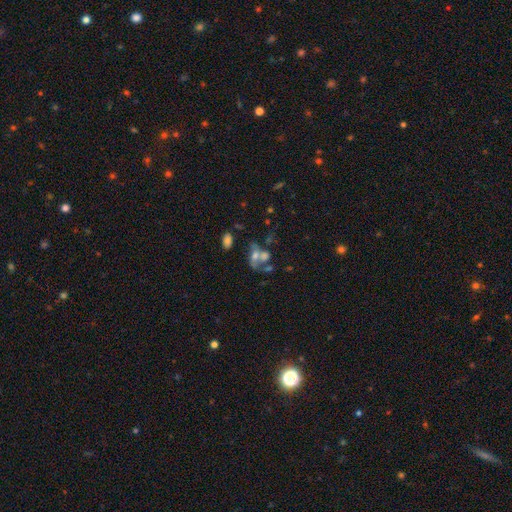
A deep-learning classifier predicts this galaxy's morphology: This appears to be a featured or disk galaxy (46%). Merging: merger (47%).